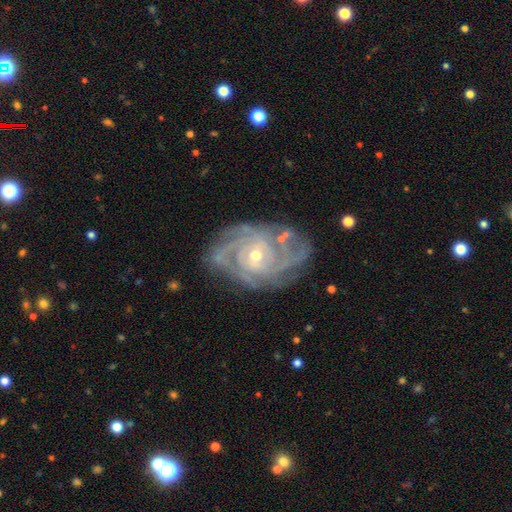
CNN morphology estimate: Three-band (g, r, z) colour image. It shows a featured or disk galaxy (91%) with no bar (69%), 4 (27%) tight (75%) spiral arms (98%) and a small central bulge (53%). Merging: none (71%).